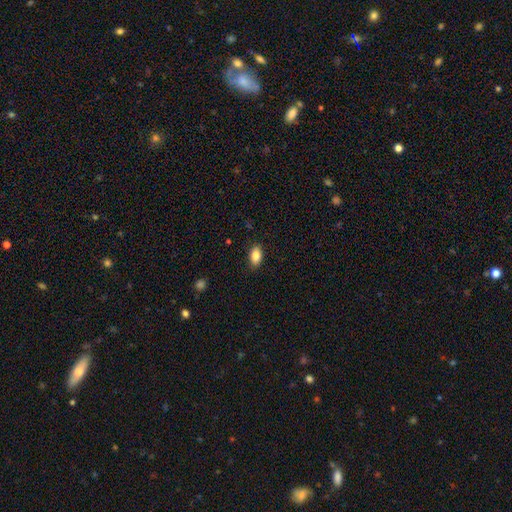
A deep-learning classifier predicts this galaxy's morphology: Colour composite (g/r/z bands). It shows a smooth galaxy with no disk features (85%) that is in between round and cigar-shaped (90%). Merging: none (87%).